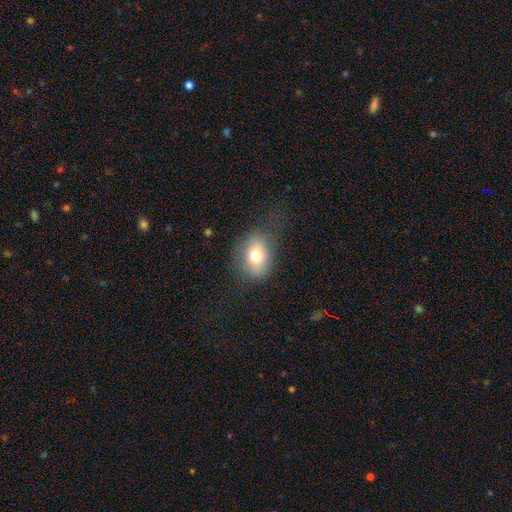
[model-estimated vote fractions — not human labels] Smooth or featured: smooth — 75% (featured or disk — 15%)
How rounded: in between — 64% (round — 34%)
Merging: none — 67% (minor disturbance — 21%)